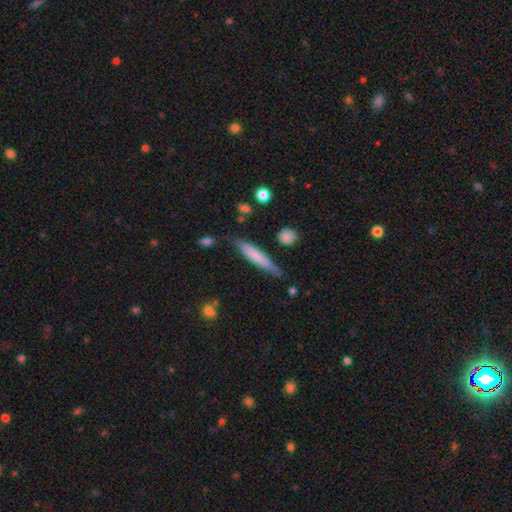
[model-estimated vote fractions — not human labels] This appears to be a smooth galaxy with no disk features (65%) that is cigar-shaped (90%). Merging: none (74%).